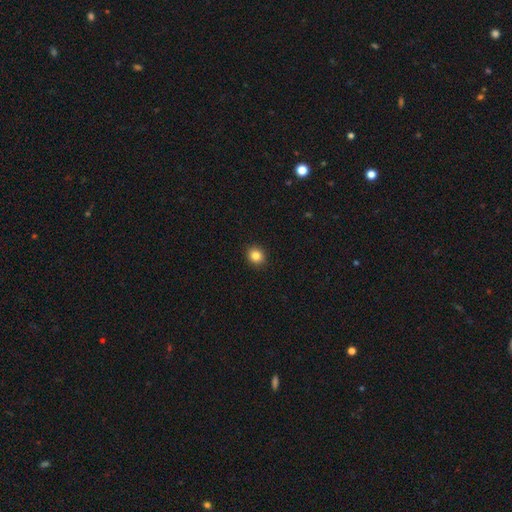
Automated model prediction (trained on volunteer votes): Morphology: type=smooth (84%); roundness=round (81%); merging=none (92%).